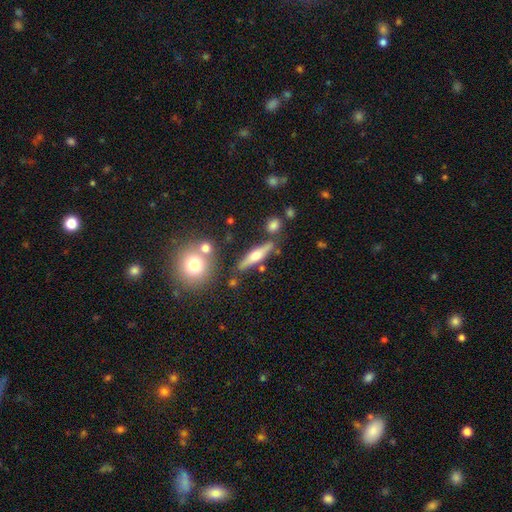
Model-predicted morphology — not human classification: featured or disk 54%, smooth 39%, star or artifact 7%. Down the decision tree: edge-on disk — yes (92%); merging — none (76%).